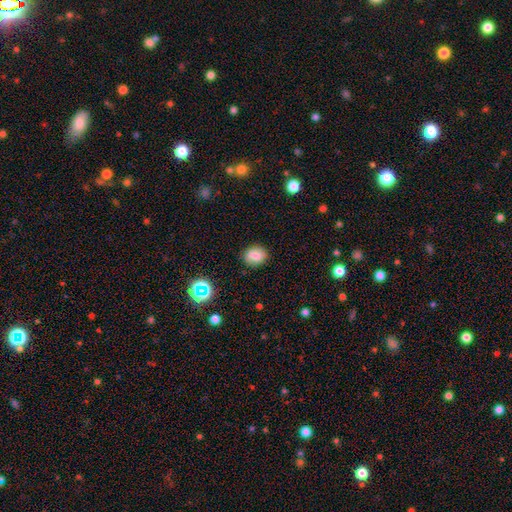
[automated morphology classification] Overall: smooth (73%). How rounded: round (51%; in between 47%). Merging: none (83%).